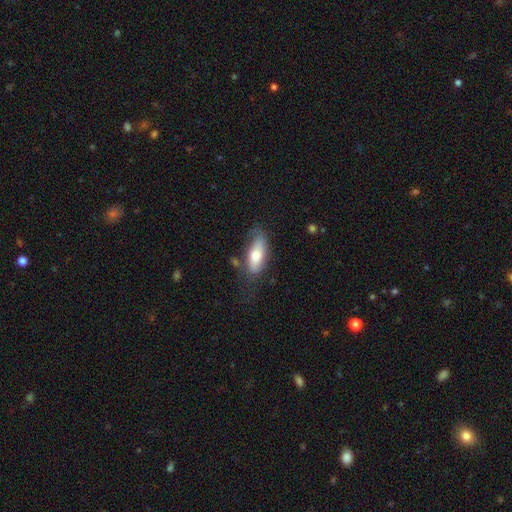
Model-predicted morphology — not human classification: smooth-or-featured: smooth: 70% | featured or disk: 24% | star or artifact: 6%
  how-rounded: in between: 77% | cigar-shaped: 20% | round: 2%
  merging: none: 58% | minor disturbance: 27% | major disturbance: 11% | merger: 5%